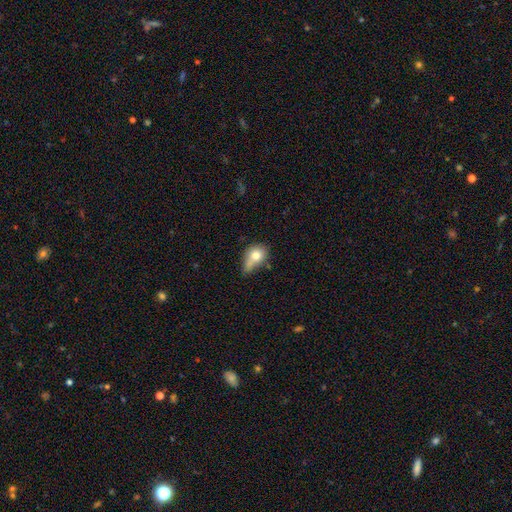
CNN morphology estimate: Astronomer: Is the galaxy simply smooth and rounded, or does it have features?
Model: smooth — 75%.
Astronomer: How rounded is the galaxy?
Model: in between — 57% (runner-up: round, 41%).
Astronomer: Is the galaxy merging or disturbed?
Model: minor disturbance — 32% (runner-up: none, 30%).